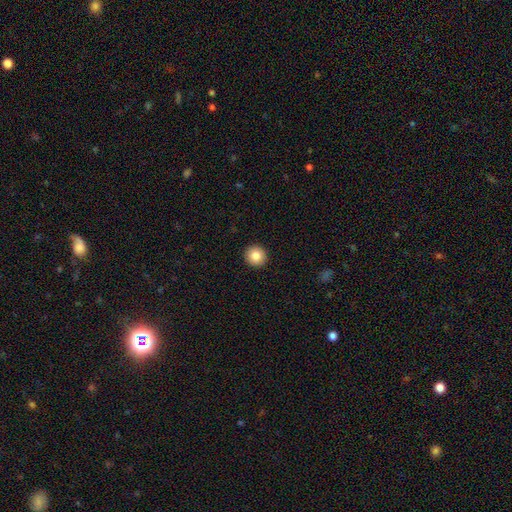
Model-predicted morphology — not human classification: This is clearly a smooth galaxy (85%). How rounded: clearly round (95%). Merging: clearly none (93%).